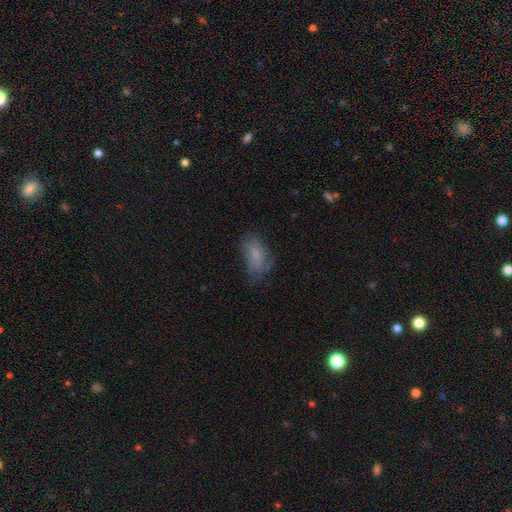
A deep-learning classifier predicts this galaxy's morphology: smooth_or_featured: smooth (p=0.63) [alt: featured or disk p=0.27]
how_rounded: in between (p=0.89) [alt: round p=0.07]
merging: none (p=0.51) [alt: minor disturbance p=0.30]